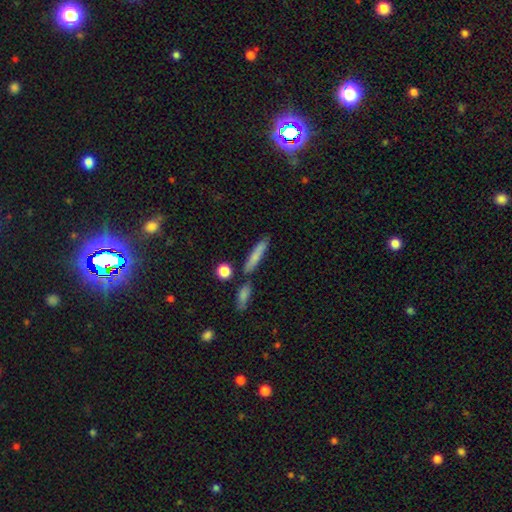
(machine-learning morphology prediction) The model was most divided on "smooth or featured": smooth: 72%, featured or disk: 20%, star or artifact: 8%. More confident: how rounded — cigar-shaped (84%); merging — none (75%).